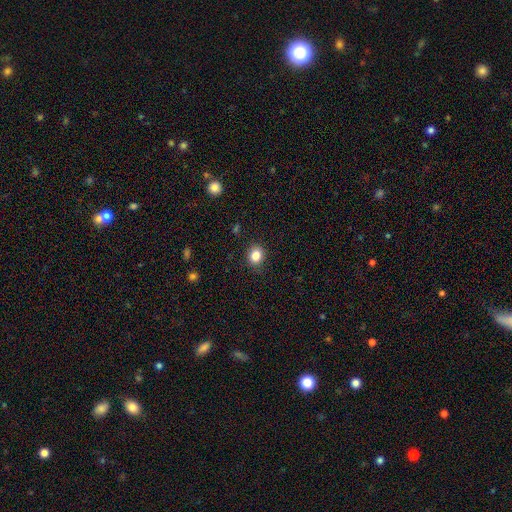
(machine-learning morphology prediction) smooth-or-featured: smooth: 83% | star or artifact: 11% | featured or disk: 6%
  how-rounded: round: 66% | in between: 33% | cigar-shaped: 1%
  merging: none: 87% | minor disturbance: 9% | major disturbance: 2% | merger: 1%